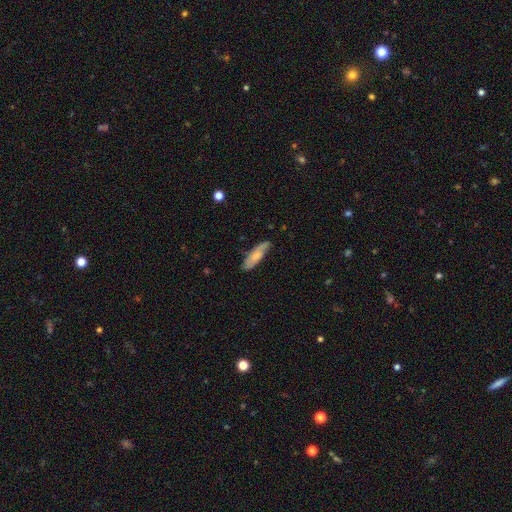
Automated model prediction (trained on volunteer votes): Smooth or featured? Predicted: smooth (p=0.58). How rounded? Predicted: in between (p=0.52). Merging? Predicted: none (p=0.69).